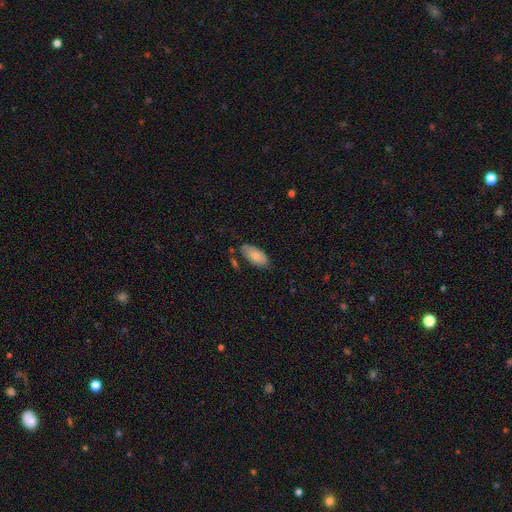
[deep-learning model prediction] This appears to be a smooth galaxy with no disk features (79%) that is in between round and cigar-shaped (93%). Merging: none (70%).